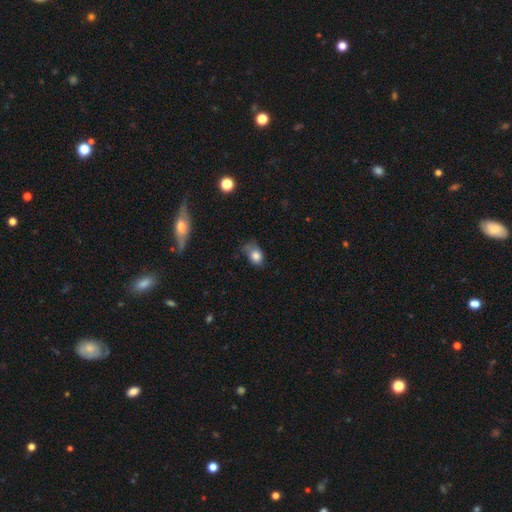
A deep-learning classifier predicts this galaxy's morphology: type=smooth (80%); roundness=in between (68%); merging=minor disturbance (40%).